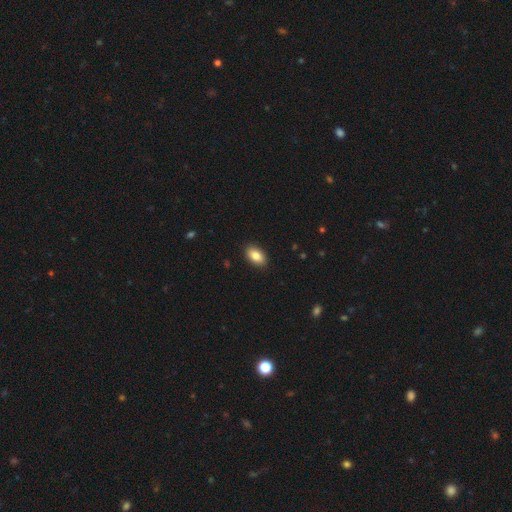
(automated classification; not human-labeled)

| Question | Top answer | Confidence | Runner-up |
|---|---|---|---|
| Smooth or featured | smooth | 84% | featured or disk (8%) |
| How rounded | in between | 92% | round (5%) |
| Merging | none | 90% | minor disturbance (7%) |